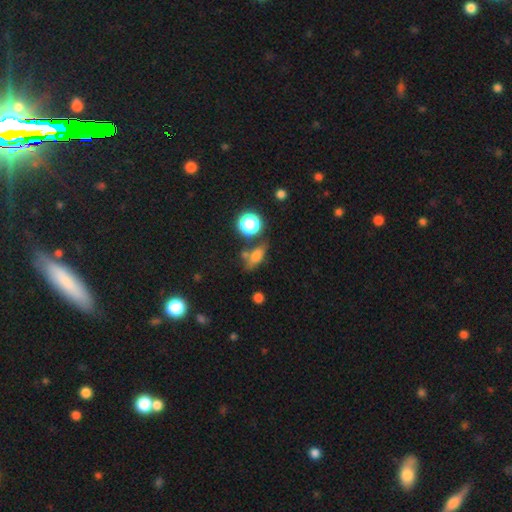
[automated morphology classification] Smooth or featured: smooth — 70% (star or artifact — 15%)
How rounded: in between — 64% (round — 19%)
Merging: none — 56% (minor disturbance — 20%)